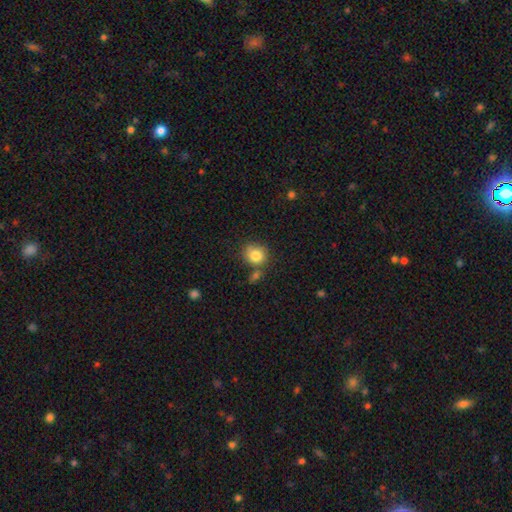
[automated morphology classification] This is clearly a smooth galaxy (82%). How rounded: clearly round (82%). Merging: likely none (65%).